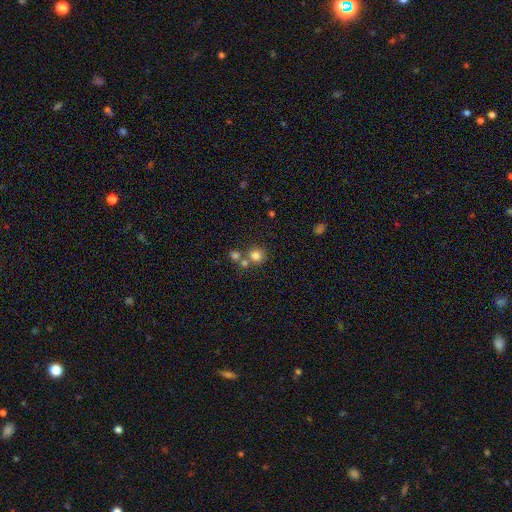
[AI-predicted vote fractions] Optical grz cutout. It shows a smooth galaxy with no disk features (78%) that is round (89%). Merging: none (59%).